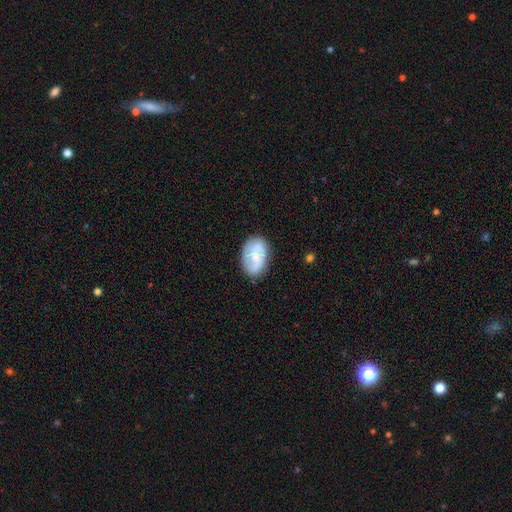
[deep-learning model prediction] A featured or disk galaxy (47%).

Vote fractions:
- Smooth or featured? featured or disk: 47% / smooth: 46% / star or artifact: 7%
- Merging? none: 72% / minor disturbance: 19% / major disturbance: 7% / merger: 2%